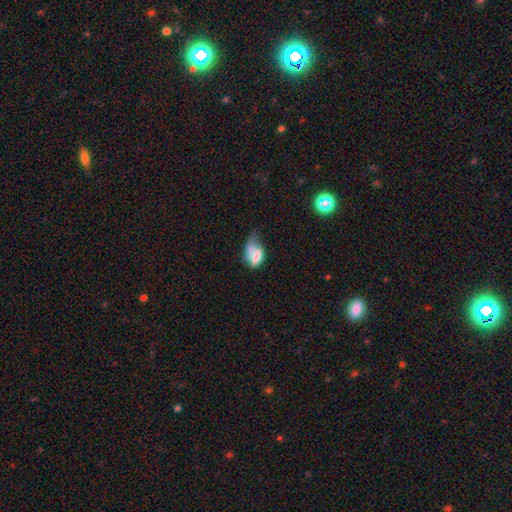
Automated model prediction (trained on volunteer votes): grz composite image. It shows a smooth galaxy with no disk features (66%) that is in between round and cigar-shaped (86%). Merging: major disturbance (33%).